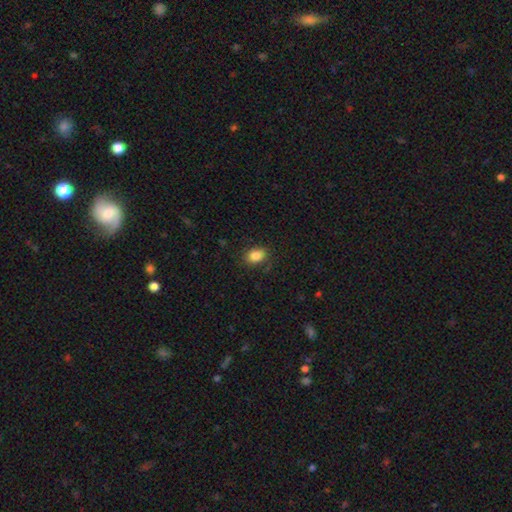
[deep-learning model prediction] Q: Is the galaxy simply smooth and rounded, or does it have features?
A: smooth — 85%.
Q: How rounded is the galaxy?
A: in between — 75%.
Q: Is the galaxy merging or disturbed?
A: none — 82%.